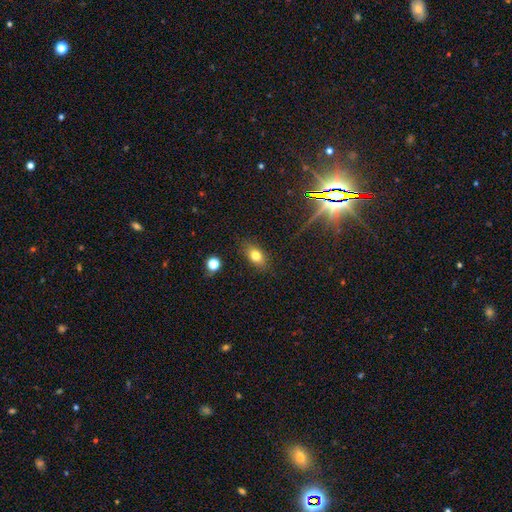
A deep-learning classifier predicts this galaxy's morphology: The model was most divided on "smooth or featured": smooth: 76%, star or artifact: 12%, featured or disk: 12%. More confident: merging — none (84%); how rounded — in between (81%).